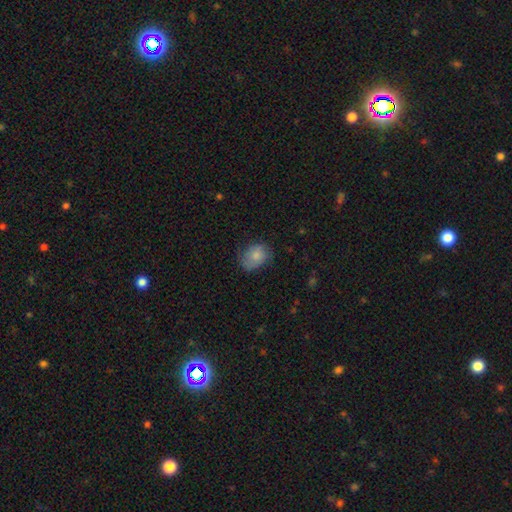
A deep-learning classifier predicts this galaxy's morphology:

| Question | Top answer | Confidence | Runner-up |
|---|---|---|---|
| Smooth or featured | smooth | 76% | featured or disk (16%) |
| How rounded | in between | 56% | round (43%) |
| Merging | none | 62% | minor disturbance (27%) |